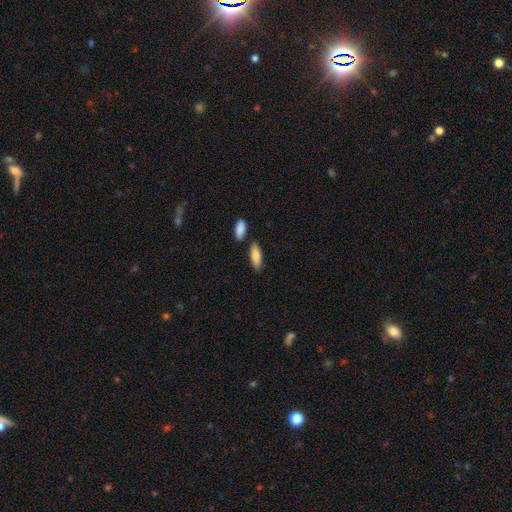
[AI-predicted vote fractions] Smooth or featured? smooth (83%)
How rounded? in between (63%)
Merging? none (76%)